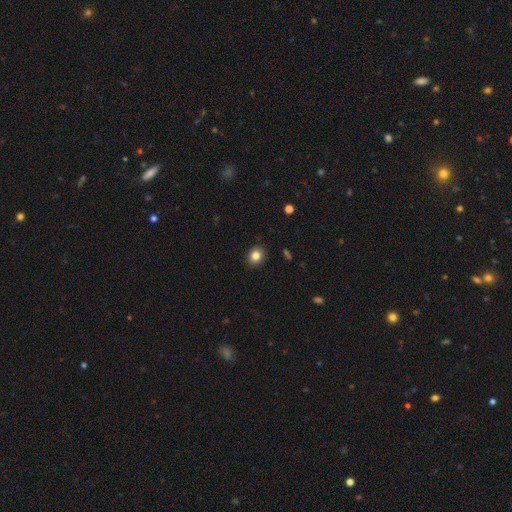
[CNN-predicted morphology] Q: Smooth or featured?
A: smooth (83%); runner-up: star or artifact (10%)
Q: How rounded?
A: round (53%); runner-up: in between (46%)
Q: Merging?
A: none (89%); runner-up: minor disturbance (9%)